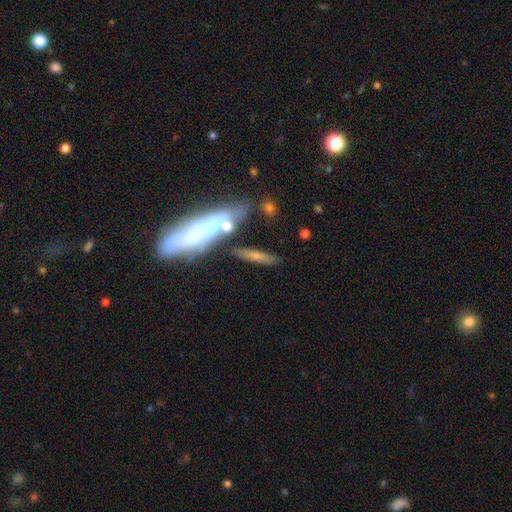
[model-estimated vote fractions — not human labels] Smooth or featured?
  - smooth: 53% *
  - featured or disk: 37%
  - star or artifact: 10%
How rounded?
  - cigar-shaped: 79% *
  - in between: 16%
  - round: 5%
Merging?
  - none: 72% *
  - minor disturbance: 13%
  - merger: 10%
  - major disturbance: 5%